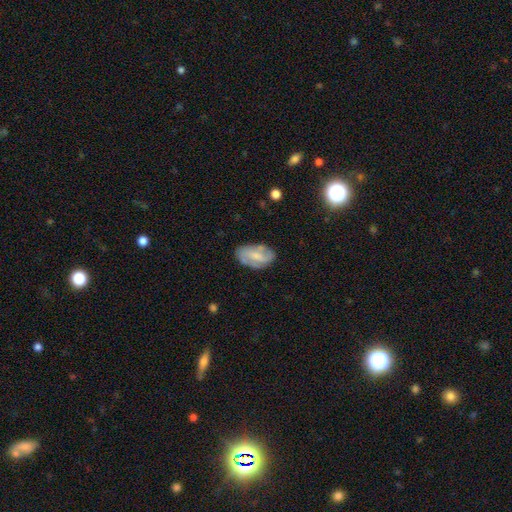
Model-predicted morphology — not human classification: This is possibly a featured or disk galaxy (52%). It is clearly not viewed edge-on (95%). Merging: likely none (73%).